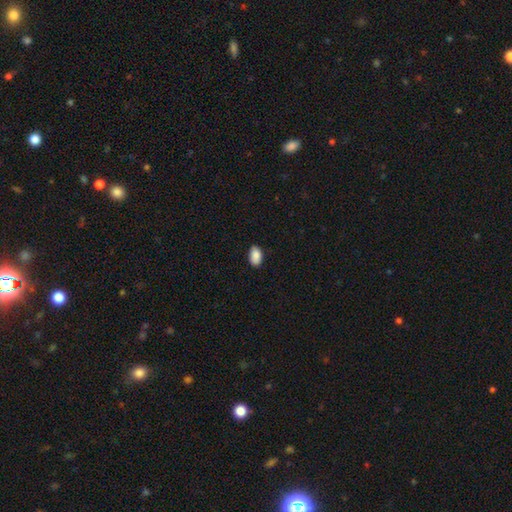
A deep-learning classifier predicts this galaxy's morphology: This is clearly a smooth galaxy (89%). How rounded: clearly in between (92%). Merging: clearly none (87%).